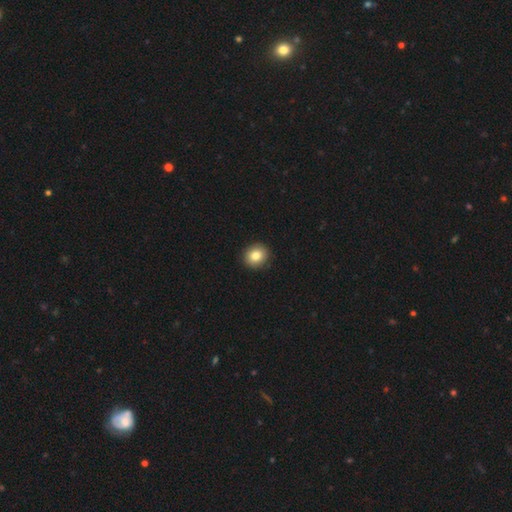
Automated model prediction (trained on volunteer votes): A smooth galaxy with no disk features (83%) that is round (81%).

Vote fractions:
- Smooth or featured? smooth: 83% / star or artifact: 9% / featured or disk: 8%
- How rounded? round: 81% / in between: 18% / cigar-shaped: 1%
- Merging? none: 91% / minor disturbance: 6% / major disturbance: 2% / merger: 1%